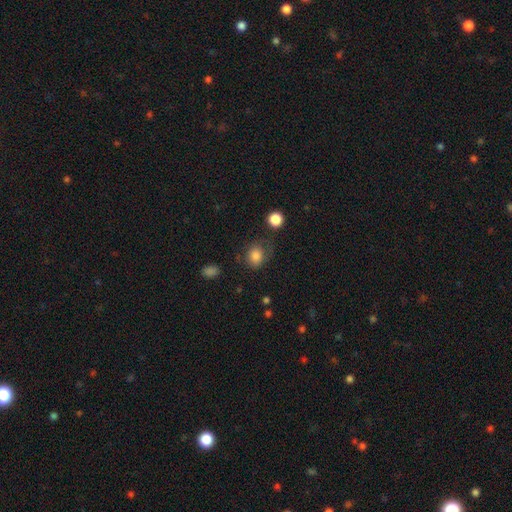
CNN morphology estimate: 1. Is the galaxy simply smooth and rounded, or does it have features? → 82% smooth, 10% star or artifact, 7% featured or disk.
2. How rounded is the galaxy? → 65% round, 35% in between, 1% cigar-shaped.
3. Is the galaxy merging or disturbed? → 61% none, 23% minor disturbance, 12% major disturbance, 3% merger.